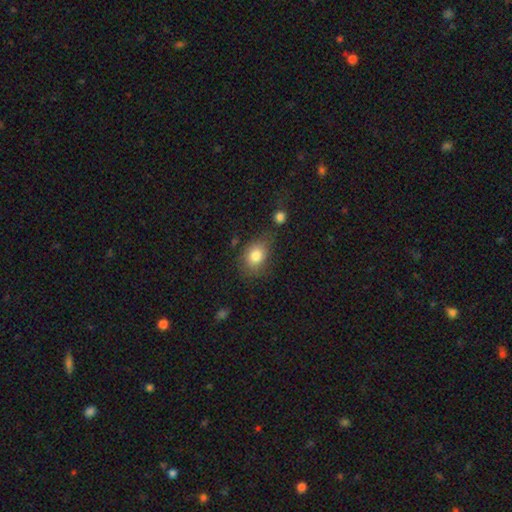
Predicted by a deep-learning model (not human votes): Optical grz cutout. It shows a smooth galaxy with no disk features (82%) that is in between round and cigar-shaped (71%). Merging: none (64%).